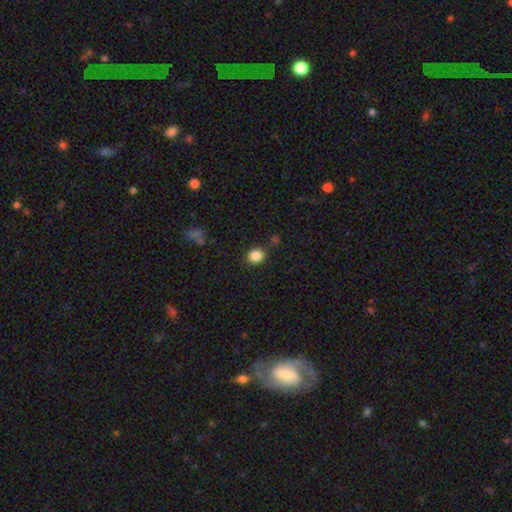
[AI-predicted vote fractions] smooth 86%, star or artifact 10%, featured or disk 4%. Down the decision tree: how rounded — round (66%); merging — none (84%).